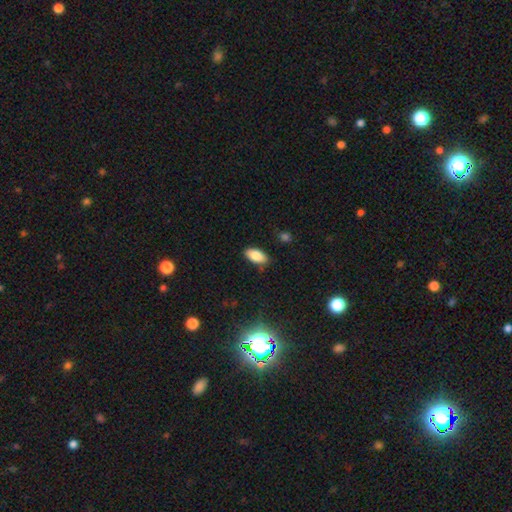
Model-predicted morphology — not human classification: Smooth or featured? Predicted: smooth (p=0.84). How rounded? Predicted: in between (p=0.91). Merging? Predicted: none (p=0.83).